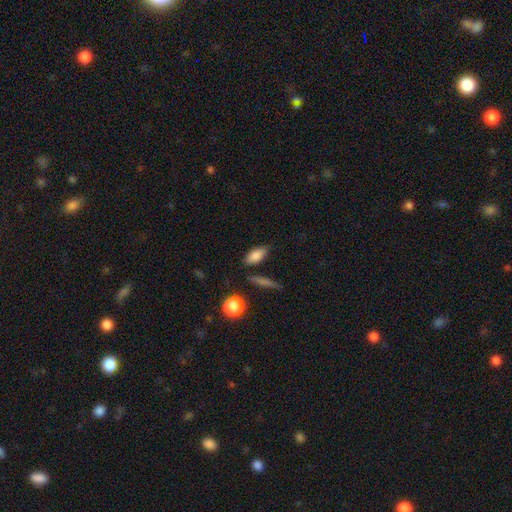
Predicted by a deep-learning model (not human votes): This appears to be a smooth galaxy with no disk features (82%) that is in between round and cigar-shaped (80%). Merging: none (80%).